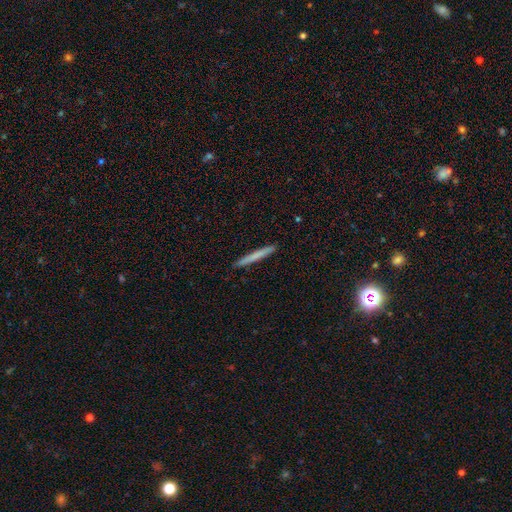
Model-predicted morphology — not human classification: Smooth or featured?
  - smooth: 68% *
  - featured or disk: 27%
  - star or artifact: 5%
How rounded?
  - cigar-shaped: 97% *
  - in between: 2%
  - round: 1%
Merging?
  - none: 93% *
  - minor disturbance: 5%
  - major disturbance: 1%
  - merger: 1%